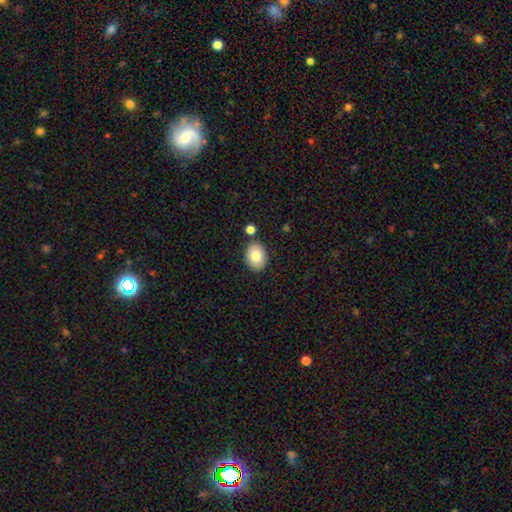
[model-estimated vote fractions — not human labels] Smooth or featured?
  - smooth: 82% *
  - featured or disk: 10%
  - star or artifact: 8%
How rounded?
  - in between: 67% *
  - round: 32%
  - cigar-shaped: 1%
Merging?
  - none: 84% *
  - minor disturbance: 9%
  - merger: 5%
  - major disturbance: 2%